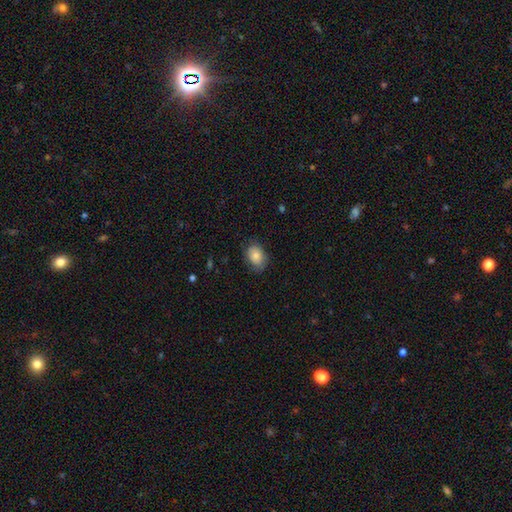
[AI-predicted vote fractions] Smooth or featured? smooth (81%)
How rounded? in between (77%)
Merging? none (73%)